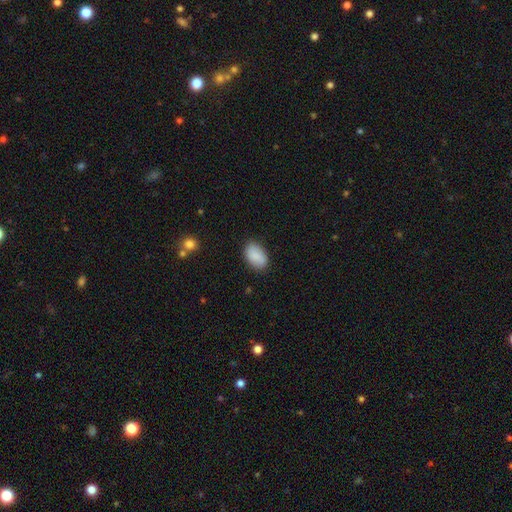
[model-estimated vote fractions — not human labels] Smooth or featured?
  - smooth: 87% *
  - star or artifact: 7%
  - featured or disk: 6%
How rounded?
  - in between: 90% *
  - round: 9%
  - cigar-shaped: 1%
Merging?
  - none: 82% *
  - minor disturbance: 14%
  - major disturbance: 3%
  - merger: 1%